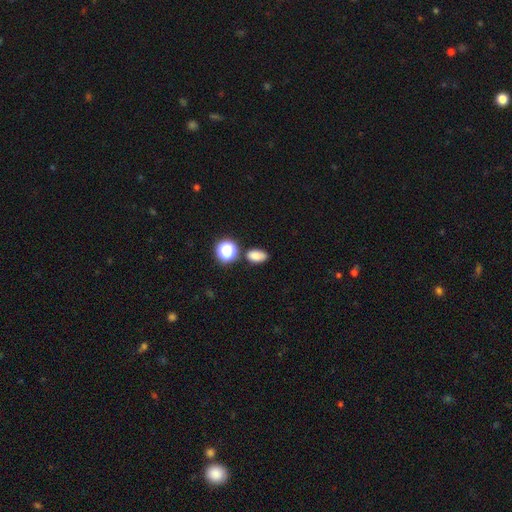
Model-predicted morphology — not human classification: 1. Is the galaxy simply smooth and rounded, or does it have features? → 80% smooth, 14% star or artifact, 6% featured or disk.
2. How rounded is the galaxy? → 84% in between, 14% round, 2% cigar-shaped.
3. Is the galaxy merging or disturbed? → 77% none, 13% minor disturbance, 7% merger, 3% major disturbance.